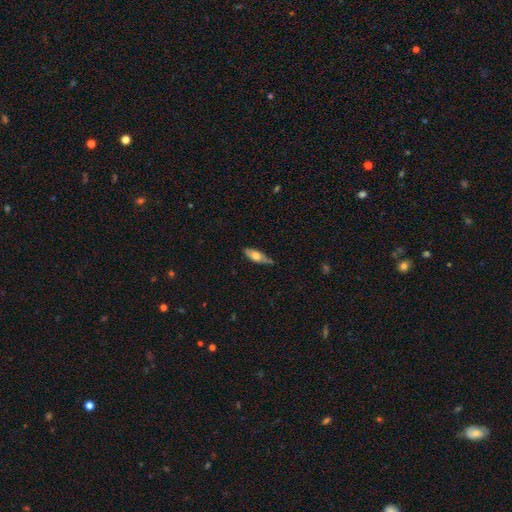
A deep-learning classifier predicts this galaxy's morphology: The model was most divided on "smooth or featured": smooth: 58%, featured or disk: 36%, star or artifact: 6%. More confident: merging — none (70%); how rounded — in between (64%).